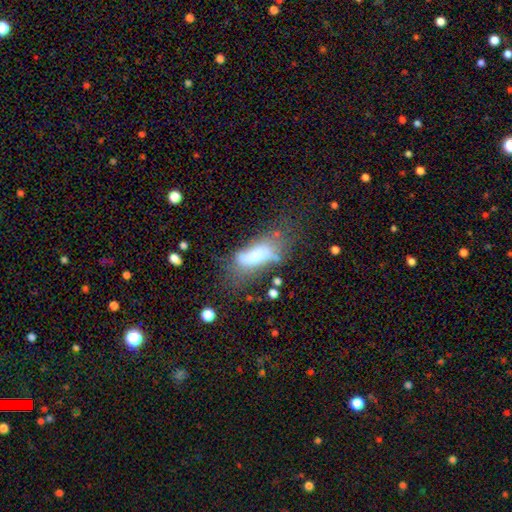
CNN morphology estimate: A smooth galaxy with no disk features (54%) that is in between round and cigar-shaped (73%). Merging: major disturbance (36%).